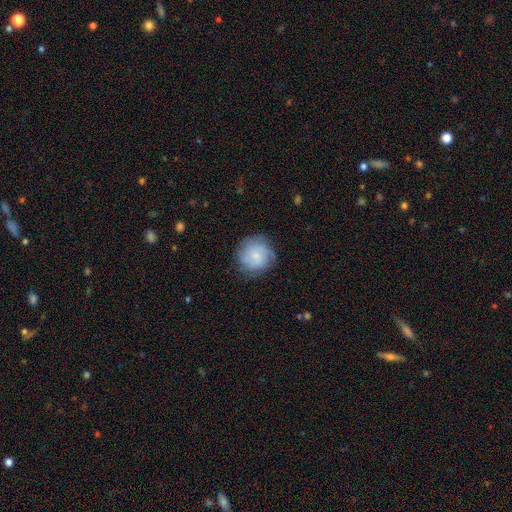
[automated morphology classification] A smooth galaxy with no disk features (50%) that is round (91%).

Vote fractions:
- Smooth or featured? smooth: 50% / featured or disk: 42% / star or artifact: 8%
- How rounded? round: 91% / in between: 8% / cigar-shaped: 1%
- Merging? none: 75% / minor disturbance: 18% / major disturbance: 6% / merger: 1%